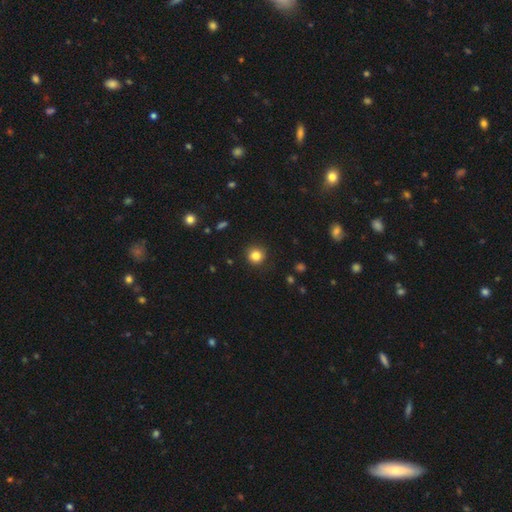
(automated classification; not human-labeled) Smooth or featured? Predicted: smooth (p=0.83). How rounded? Predicted: round (p=0.93). Merging? Predicted: none (p=0.90).